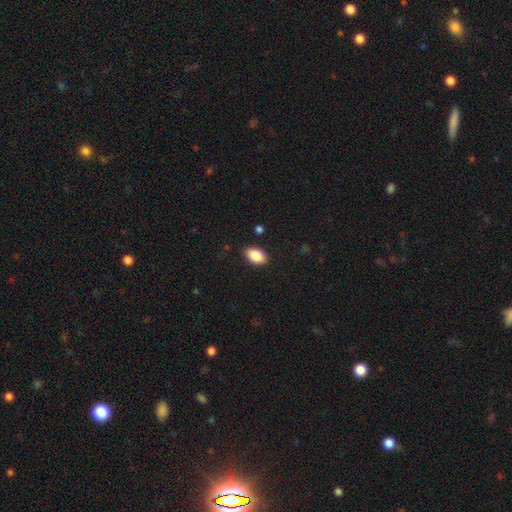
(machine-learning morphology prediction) Smooth or featured? Predicted: smooth (p=0.86). How rounded? Predicted: in between (p=0.90). Merging? Predicted: none (p=0.88).